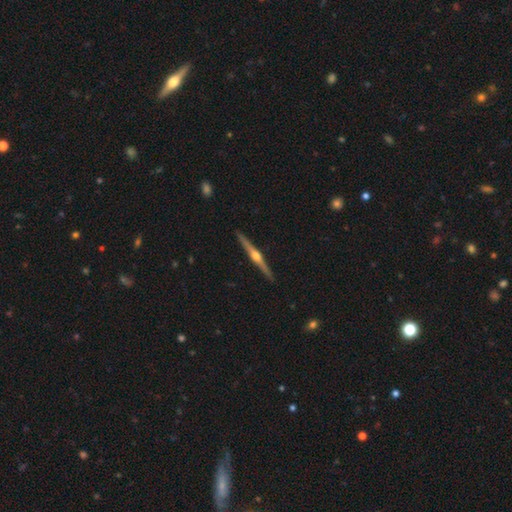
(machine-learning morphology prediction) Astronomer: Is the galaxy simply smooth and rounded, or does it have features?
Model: featured or disk — 83%.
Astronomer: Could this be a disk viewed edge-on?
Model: yes — 99%.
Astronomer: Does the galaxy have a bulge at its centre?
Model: rounded — 95%.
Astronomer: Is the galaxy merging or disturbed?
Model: none — 93%.